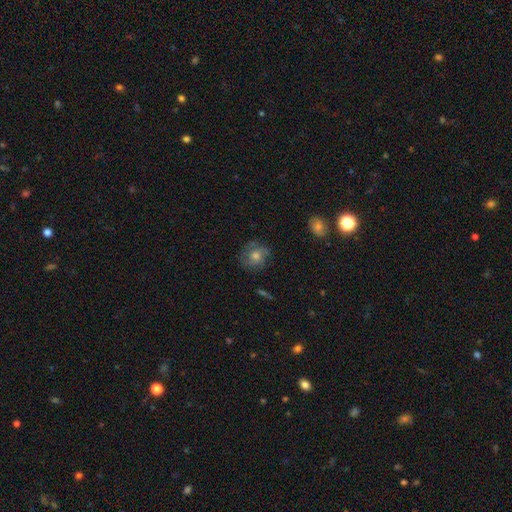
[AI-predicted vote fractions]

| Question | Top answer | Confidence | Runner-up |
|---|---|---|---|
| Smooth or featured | featured or disk | 49% | smooth (36%) |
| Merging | none | 76% | minor disturbance (16%) |